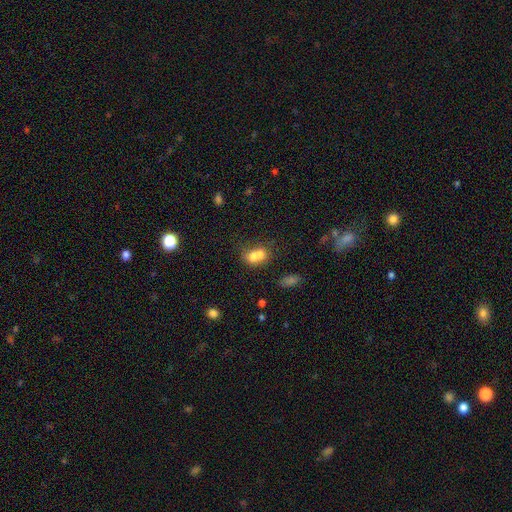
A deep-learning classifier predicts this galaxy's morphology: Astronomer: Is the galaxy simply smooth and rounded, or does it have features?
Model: smooth — 69%.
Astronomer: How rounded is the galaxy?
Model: round — 57% (runner-up: in between, 42%).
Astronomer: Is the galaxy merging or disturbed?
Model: merger — 68%.